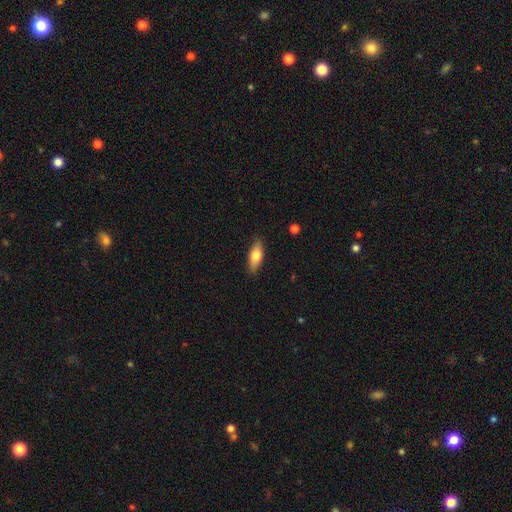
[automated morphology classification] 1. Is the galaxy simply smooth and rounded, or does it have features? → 75% smooth, 19% featured or disk, 6% star or artifact.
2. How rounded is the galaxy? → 77% in between, 20% cigar-shaped, 3% round.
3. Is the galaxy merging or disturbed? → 85% none, 11% minor disturbance, 2% major disturbance, 1% merger.